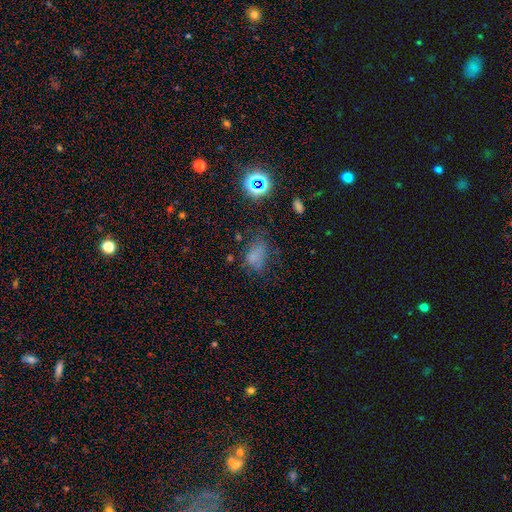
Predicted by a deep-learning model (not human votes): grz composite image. It shows a smooth galaxy with no disk features (62%) that is in between round and cigar-shaped (77%). Merging: none (47%).